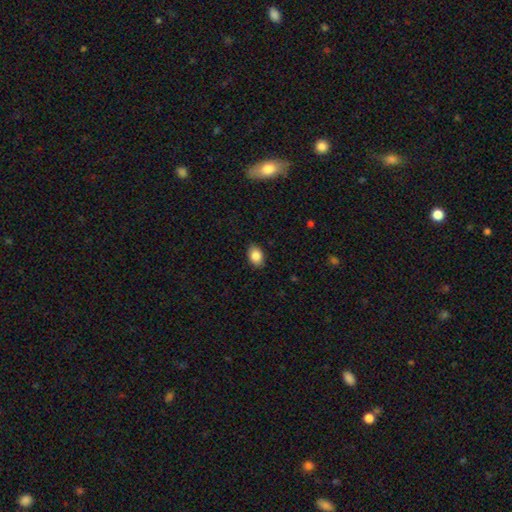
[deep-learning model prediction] smooth_or_featured: smooth (p=0.86) [alt: star or artifact p=0.08]
how_rounded: in between (p=0.81) [alt: round p=0.18]
merging: none (p=0.87) [alt: minor disturbance p=0.10]